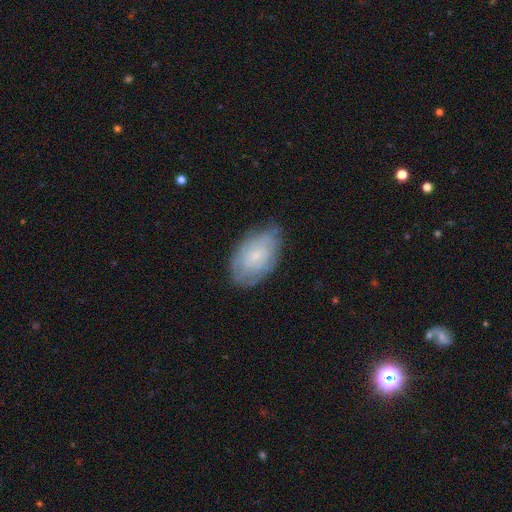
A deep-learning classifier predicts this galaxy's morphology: smooth-or-featured: smooth: 48% | featured or disk: 45% | star or artifact: 7%
  merging: none: 69% | minor disturbance: 24% | major disturbance: 6% | merger: 1%